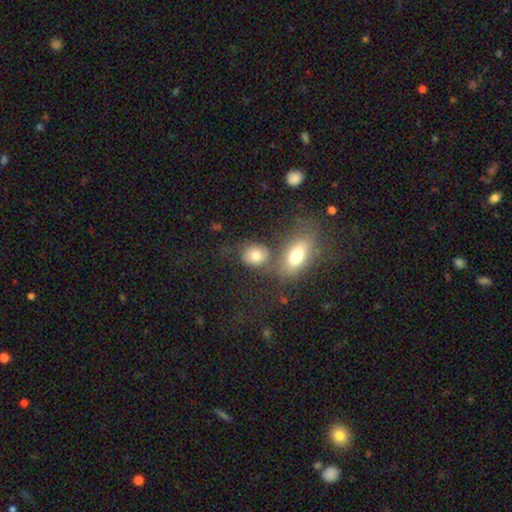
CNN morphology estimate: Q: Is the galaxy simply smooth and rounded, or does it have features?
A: smooth — 75%.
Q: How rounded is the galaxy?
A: round — 51%.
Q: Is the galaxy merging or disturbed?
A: none — 44%.